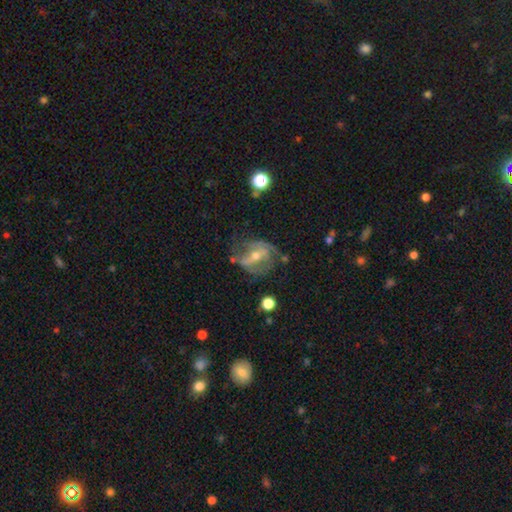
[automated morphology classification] type=featured or disk (75%); edge-on=no (94%); bar=weak (39%); spiral arms=yes (76%); winding=medium (41%); arm count=2 (54%); bulge=moderate (50%); merging=none (52%).